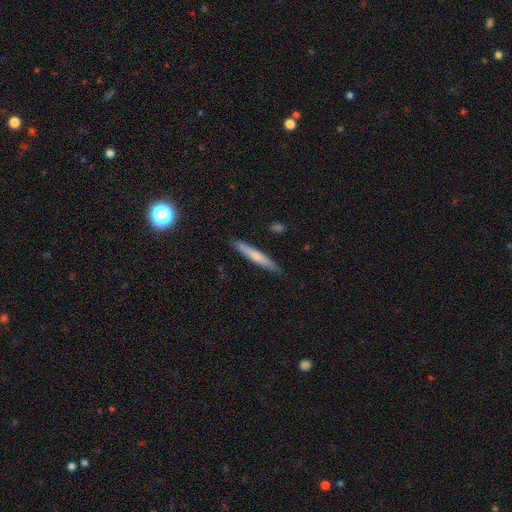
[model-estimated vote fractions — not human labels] Smooth or featured? Predicted: smooth (p=0.62). How rounded? Predicted: cigar-shaped (p=0.95). Merging? Predicted: none (p=0.88).